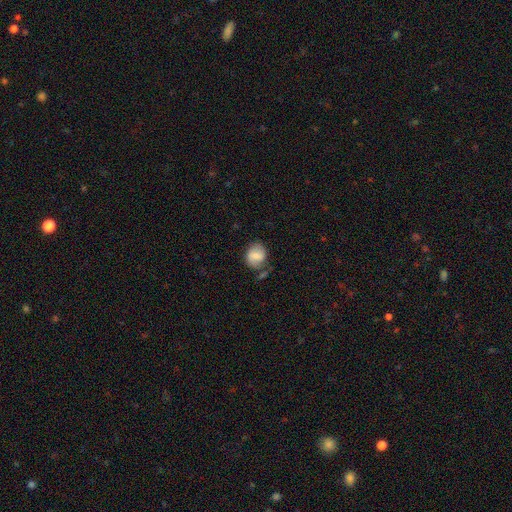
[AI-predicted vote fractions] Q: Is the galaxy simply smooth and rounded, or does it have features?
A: smooth — 66%.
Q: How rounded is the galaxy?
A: round — 63%.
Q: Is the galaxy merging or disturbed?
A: none — 60%.